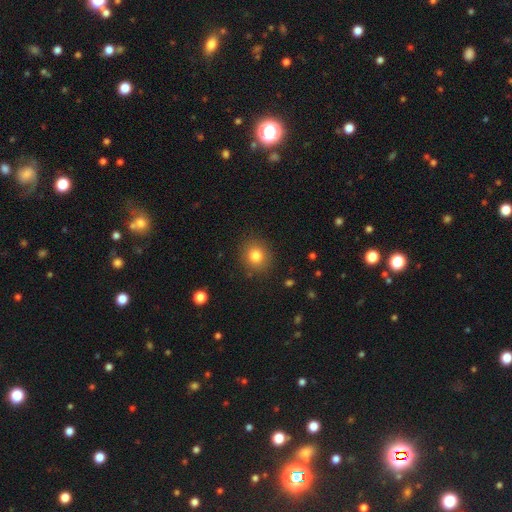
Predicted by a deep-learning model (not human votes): Q: Smooth or featured?
A: smooth (81%); runner-up: star or artifact (12%)
Q: How rounded?
A: round (83%); runner-up: in between (16%)
Q: Merging?
A: none (88%); runner-up: minor disturbance (8%)